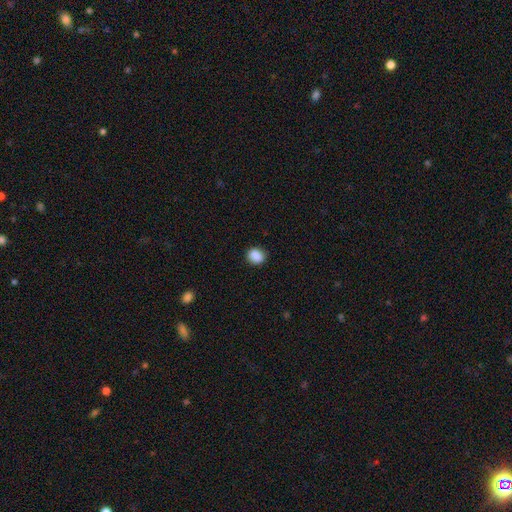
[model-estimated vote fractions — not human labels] The model was most divided on "how rounded": round: 59%, in between: 39%, cigar-shaped: 1%. More confident: smooth or featured — smooth (88%); merging — none (85%).